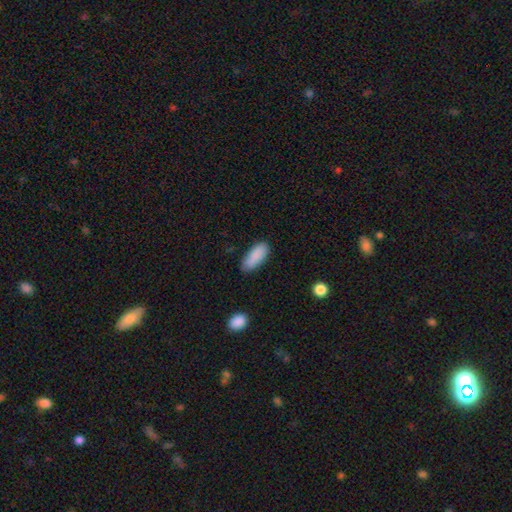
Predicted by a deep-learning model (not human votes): A smooth galaxy with no disk features (89%) that is in between round and cigar-shaped (77%).

Vote fractions:
- Smooth or featured? smooth: 89% / star or artifact: 6% / featured or disk: 5%
- How rounded? in between: 77% / cigar-shaped: 21% / round: 2%
- Merging? none: 82% / minor disturbance: 14% / major disturbance: 3% / merger: 2%